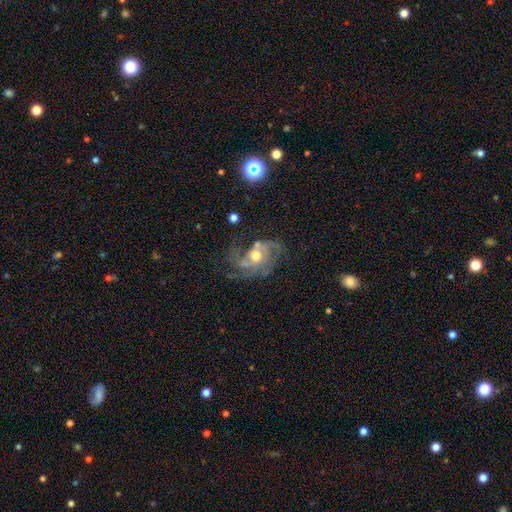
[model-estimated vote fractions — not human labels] Q: Smooth or featured?
A: featured or disk (86%); runner-up: smooth (8%)
Q: Edge-on disk?
A: no (98%); runner-up: yes (2%)
Q: Bar?
A: no (72%); runner-up: weak (23%)
Q: Spiral arms?
A: yes (94%); runner-up: no (6%)
Q: Spiral winding?
A: medium (48%); runner-up: tight (29%)
Q: Spiral arm count?
A: 3 (35%); runner-up: 2 (24%)
Q: Bulge size?
A: moderate (73%); runner-up: small (17%)
Q: Merging?
A: none (50%); runner-up: major disturbance (24%)